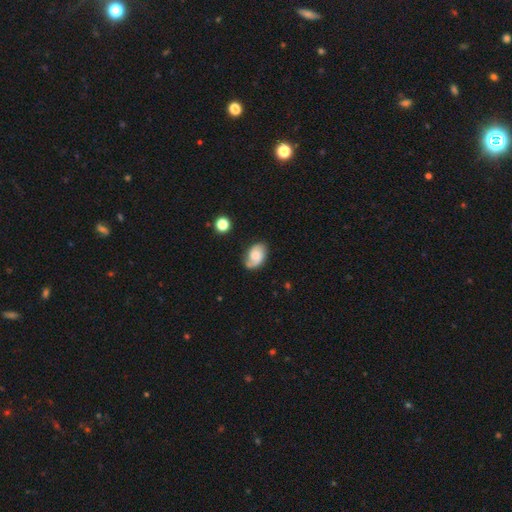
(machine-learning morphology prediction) The model was most divided on "bulge size": small: 36%, moderate: 33%, none: 18%, large: 11%, dominant: 3%. Remaining: edge-on disk — no (97%); spiral arms — yes (92%); bar — no (66%); merging — none (65%); smooth or featured — featured or disk (57%); spiral arm count — 2 (52%); spiral winding — medium (41%).